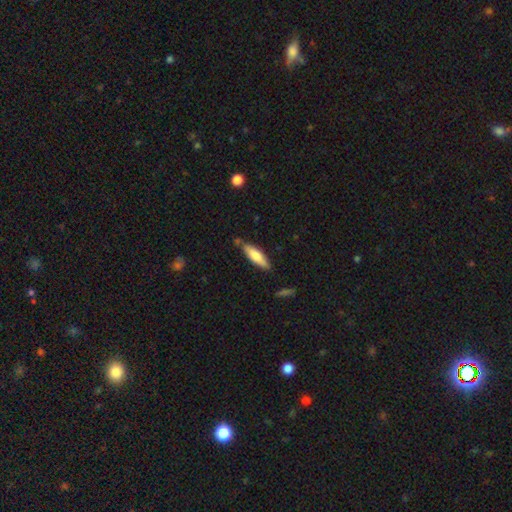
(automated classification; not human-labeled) smooth_or_featured: smooth (p=0.73) [alt: featured or disk p=0.21]
how_rounded: cigar-shaped (p=0.66) [alt: in between p=0.33]
merging: none (p=0.77) [alt: minor disturbance p=0.16]